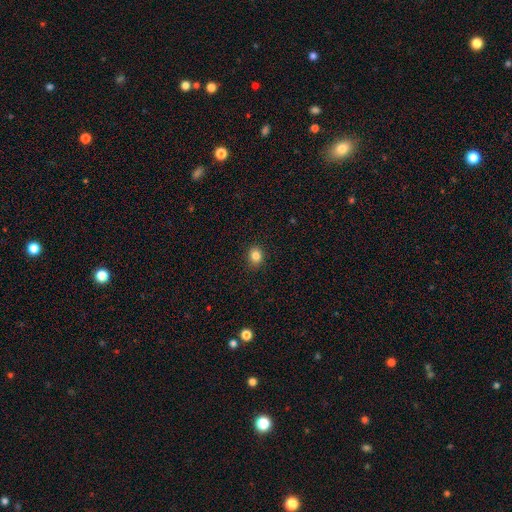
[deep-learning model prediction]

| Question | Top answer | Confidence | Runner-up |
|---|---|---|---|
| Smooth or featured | smooth | 83% | star or artifact (11%) |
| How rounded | round | 65% | in between (34%) |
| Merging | none | 89% | minor disturbance (8%) |